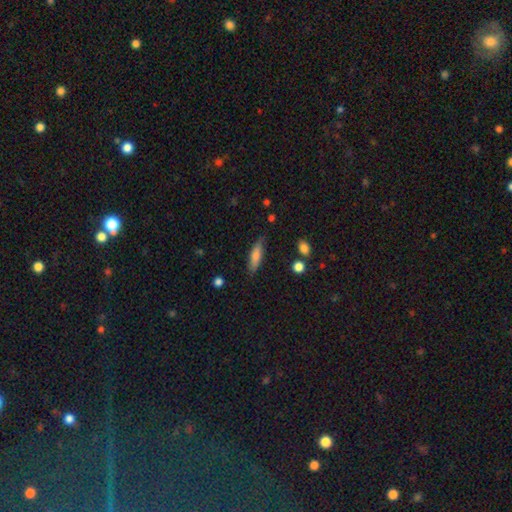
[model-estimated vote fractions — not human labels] This appears to be a smooth galaxy with no disk features (73%) that is cigar-shaped (59%). Merging: none (80%).